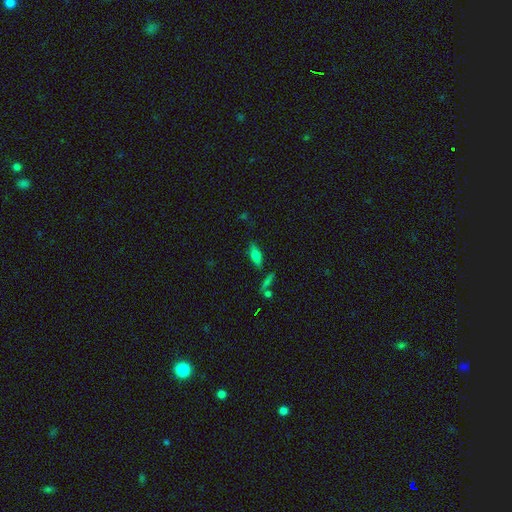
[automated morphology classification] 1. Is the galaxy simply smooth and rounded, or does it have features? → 60% smooth, 29% featured or disk, 11% star or artifact.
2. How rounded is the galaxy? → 61% in between, 36% cigar-shaped, 4% round.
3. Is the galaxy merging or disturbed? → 76% none, 14% minor disturbance, 5% merger, 4% major disturbance.